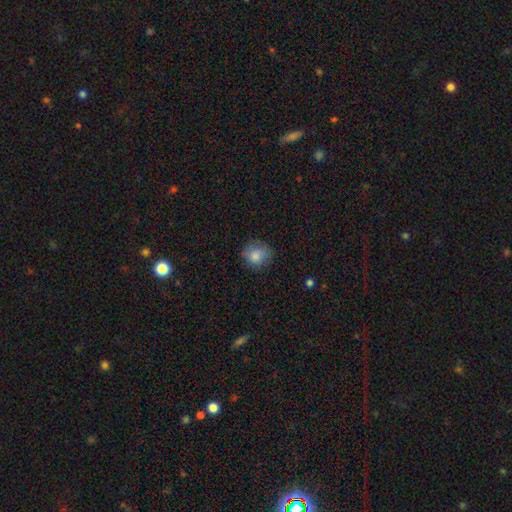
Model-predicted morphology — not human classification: Smooth or featured? Predicted: smooth (p=0.82). How rounded? Predicted: round (p=0.80). Merging? Predicted: none (p=0.73).